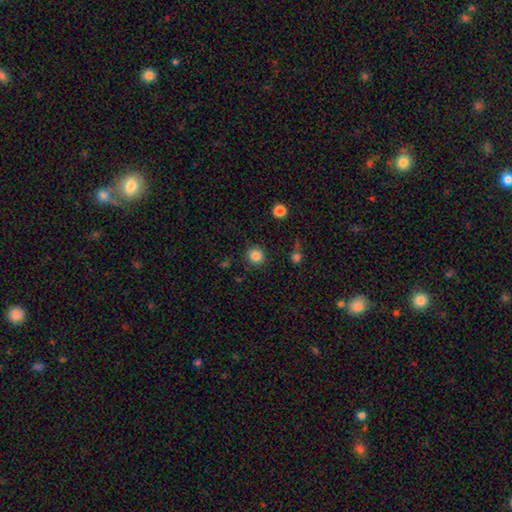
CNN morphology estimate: Smooth or featured? Predicted: smooth (p=0.85). How rounded? Predicted: round (p=0.91). Merging? Predicted: none (p=0.88).